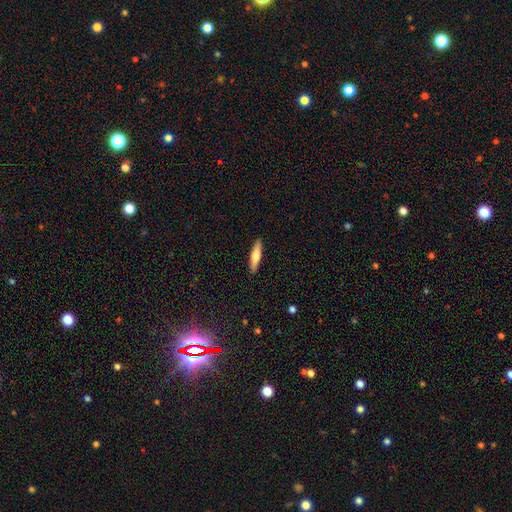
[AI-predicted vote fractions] The model was most divided on "smooth or featured": smooth: 65%, featured or disk: 29%, star or artifact: 5%. More confident: merging — none (91%); how rounded — cigar-shaped (80%).